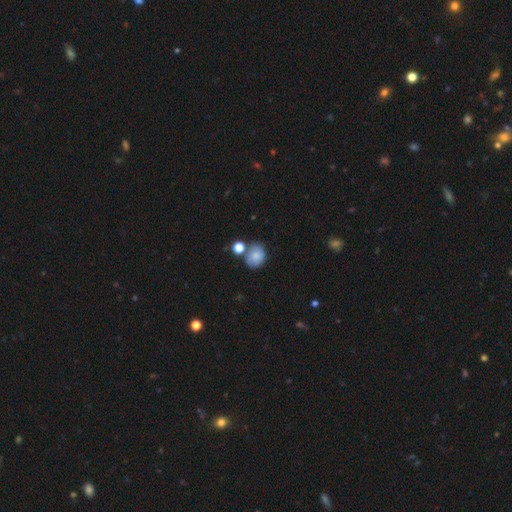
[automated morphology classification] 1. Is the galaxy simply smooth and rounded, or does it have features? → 80% smooth, 10% featured or disk, 10% star or artifact.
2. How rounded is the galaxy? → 57% round, 42% in between, 1% cigar-shaped.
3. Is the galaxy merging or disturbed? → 55% none, 20% merger, 18% minor disturbance, 6% major disturbance.